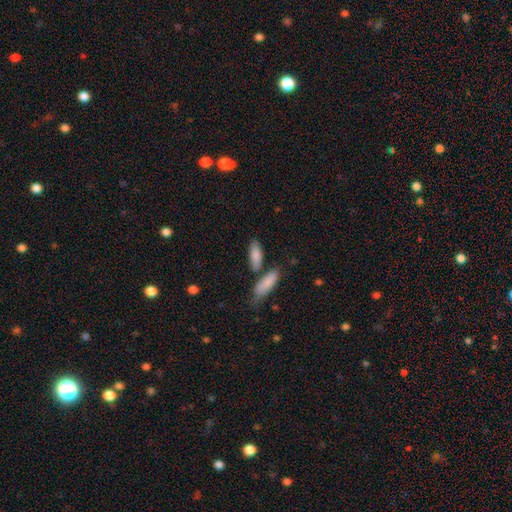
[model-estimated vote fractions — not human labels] Q: Smooth or featured?
A: smooth (84%); runner-up: featured or disk (10%)
Q: How rounded?
A: in between (72%); runner-up: cigar-shaped (25%)
Q: Merging?
A: none (61%); runner-up: merger (20%)